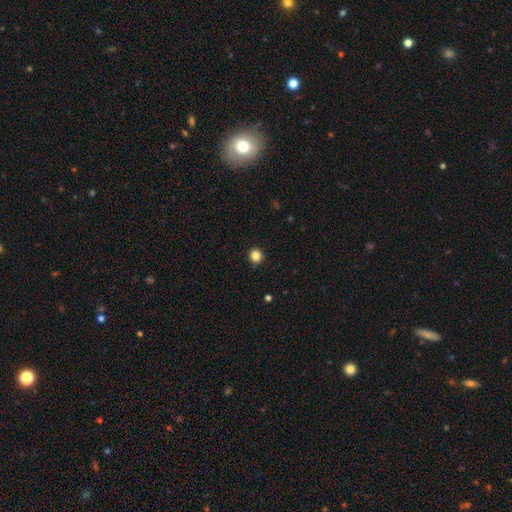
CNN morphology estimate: Smooth or featured: smooth — 85% (star or artifact — 12%)
How rounded: round — 92% (in between — 7%)
Merging: none — 92% (minor disturbance — 6%)